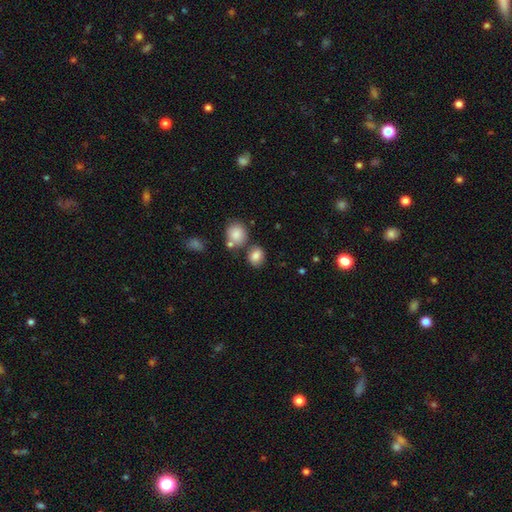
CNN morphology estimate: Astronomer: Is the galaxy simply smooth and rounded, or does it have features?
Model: smooth — 84%.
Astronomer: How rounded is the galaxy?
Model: round — 50% (runner-up: in between, 49%).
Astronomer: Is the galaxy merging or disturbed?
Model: none — 69%.